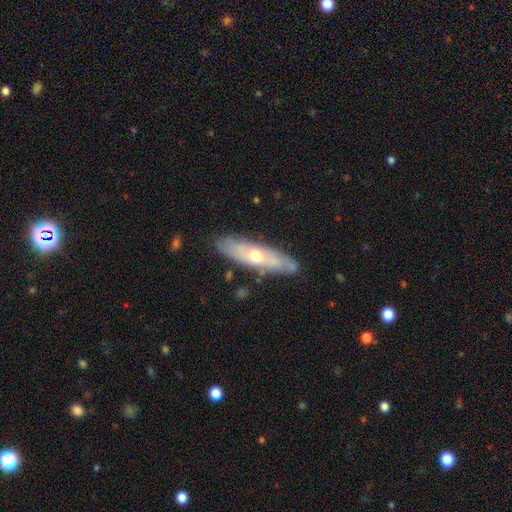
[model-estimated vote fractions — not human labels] Overall: featured or disk (60%; smooth 34%). Edge-on disk: no (57%; yes 43%). Merging: none (79%).